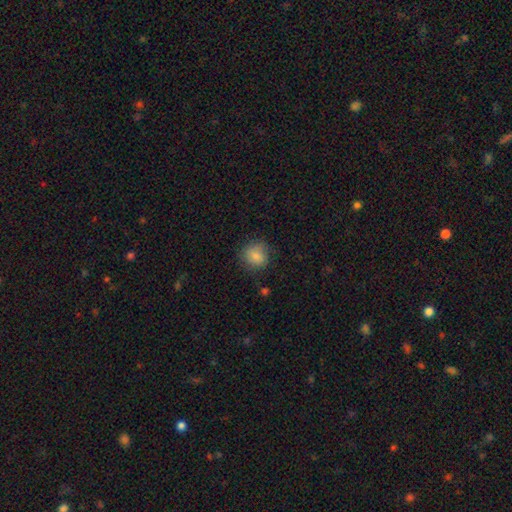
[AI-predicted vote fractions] smooth_or_featured: smooth (p=0.83) [alt: star or artifact p=0.09]
how_rounded: round (p=0.84) [alt: in between p=0.15]
merging: none (p=0.77) [alt: minor disturbance p=0.17]